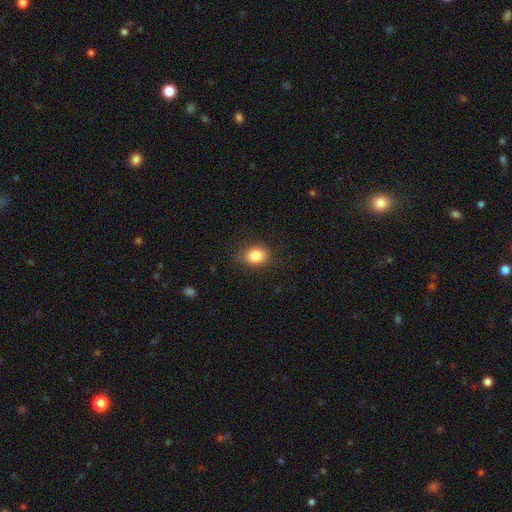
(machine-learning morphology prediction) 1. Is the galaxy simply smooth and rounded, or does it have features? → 85% smooth, 10% star or artifact, 5% featured or disk.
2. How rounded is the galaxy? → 51% in between, 48% round, 1% cigar-shaped.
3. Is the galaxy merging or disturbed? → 85% none, 11% minor disturbance, 3% major disturbance, 1% merger.